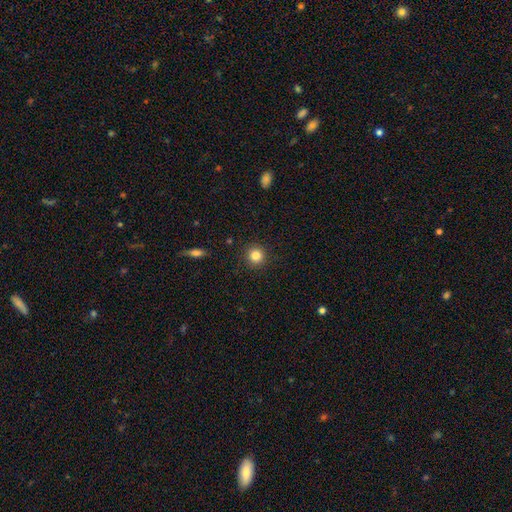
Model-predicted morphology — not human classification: smooth-or-featured: smooth: 83% | star or artifact: 11% | featured or disk: 5%
  how-rounded: round: 94% | in between: 5% | cigar-shaped: 1%
  merging: none: 92% | minor disturbance: 5% | major disturbance: 2% | merger: 1%